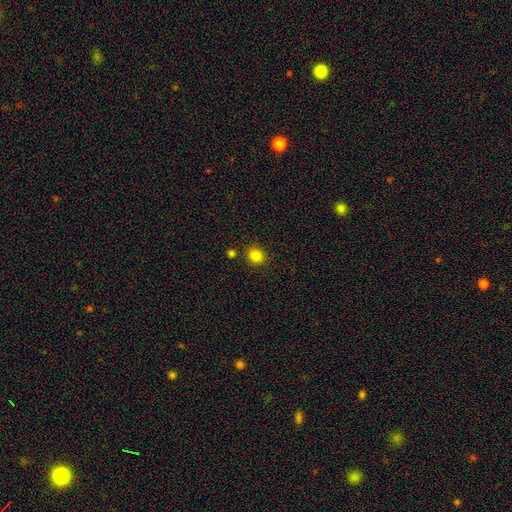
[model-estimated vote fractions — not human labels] Smooth or featured?
  - smooth: 83% *
  - star or artifact: 12%
  - featured or disk: 5%
How rounded?
  - round: 83% *
  - in between: 16%
  - cigar-shaped: 1%
Merging?
  - none: 87% *
  - minor disturbance: 7%
  - merger: 4%
  - major disturbance: 2%